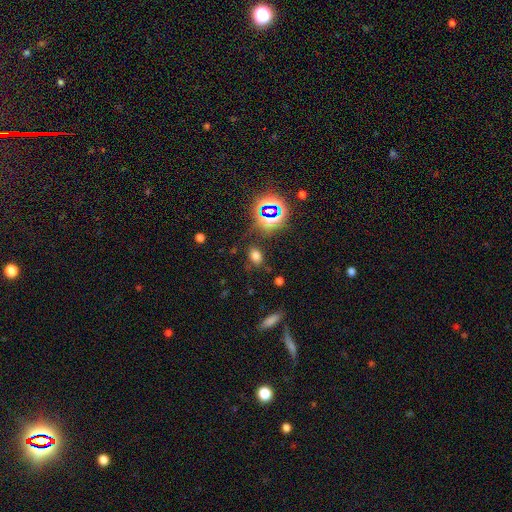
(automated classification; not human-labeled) A smooth galaxy with no disk features (64%) that is in between round and cigar-shaped (78%).

Vote fractions:
- Smooth or featured? smooth: 64% / star or artifact: 28% / featured or disk: 8%
- How rounded? in between: 78% / round: 20% / cigar-shaped: 2%
- Merging? none: 78% / minor disturbance: 13% / major disturbance: 5% / merger: 3%